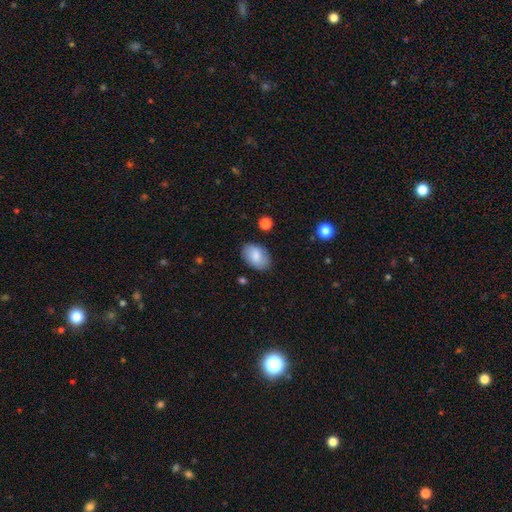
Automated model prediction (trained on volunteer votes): Smooth or featured?
  - smooth: 83% *
  - featured or disk: 11%
  - star or artifact: 6%
How rounded?
  - in between: 88% *
  - round: 11%
  - cigar-shaped: 1%
Merging?
  - none: 83% *
  - minor disturbance: 13%
  - major disturbance: 3%
  - merger: 2%